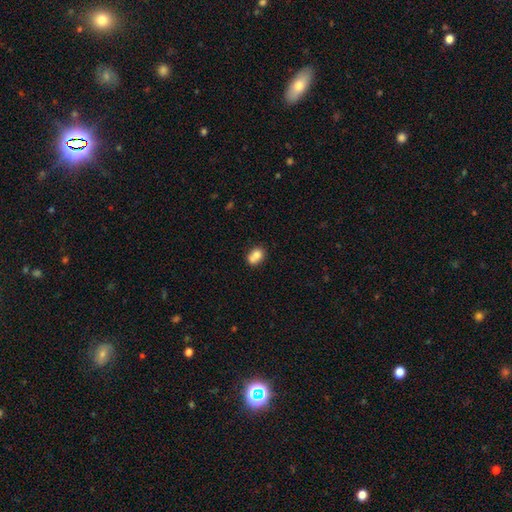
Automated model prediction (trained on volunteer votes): The model was most divided on "how rounded": in between: 53%, round: 46%, cigar-shaped: 1%. Remaining: smooth or featured — smooth (75%); merging — merger (47%).